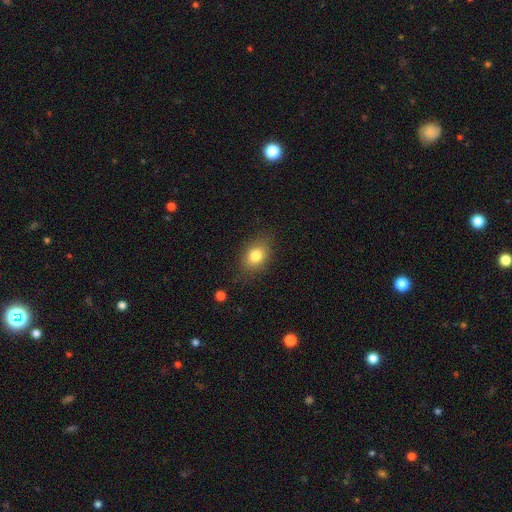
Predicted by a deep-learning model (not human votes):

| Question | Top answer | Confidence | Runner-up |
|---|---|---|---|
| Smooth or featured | smooth | 80% | star or artifact (10%) |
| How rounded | in between | 70% | round (29%) |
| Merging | none | 81% | minor disturbance (14%) |